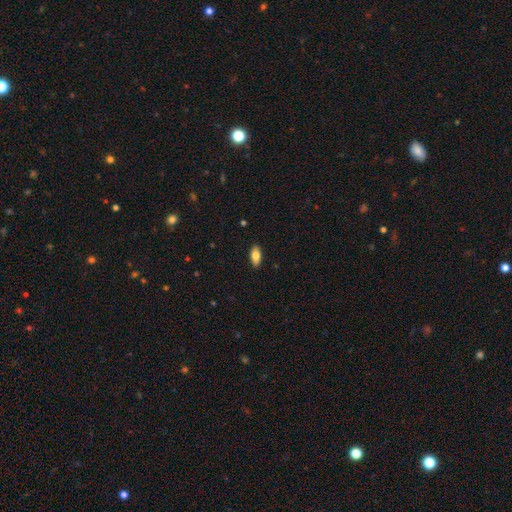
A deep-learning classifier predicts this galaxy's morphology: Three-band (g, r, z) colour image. It shows a smooth galaxy with no disk features (79%) that is in between round and cigar-shaped (86%). Merging: none (89%).